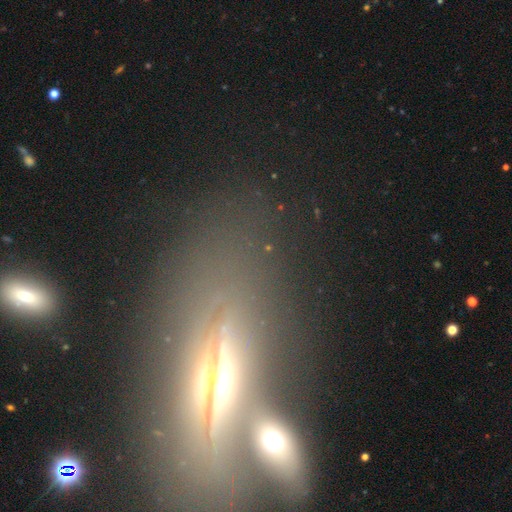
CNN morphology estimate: type=featured or disk (59%); edge-on=yes (77%); merging=none (63%).